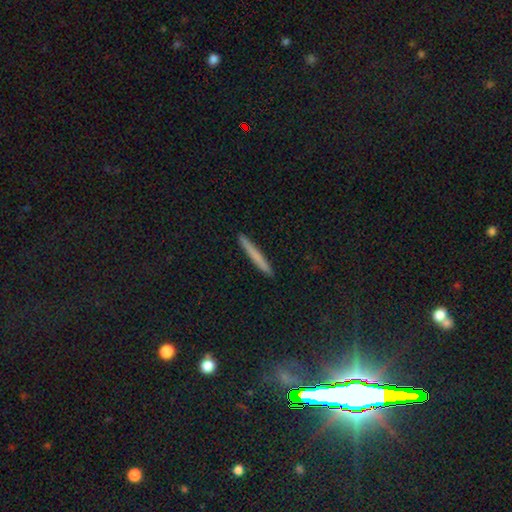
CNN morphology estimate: The model was most divided on "smooth or featured": smooth: 67%, featured or disk: 26%, star or artifact: 7%. More confident: how rounded — cigar-shaped (97%); merging — none (92%).